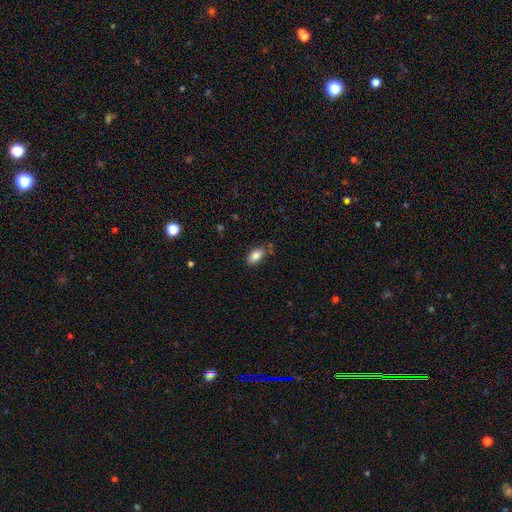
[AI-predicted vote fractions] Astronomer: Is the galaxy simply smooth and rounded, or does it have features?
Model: smooth — 84%.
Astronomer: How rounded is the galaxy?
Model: in between — 92%.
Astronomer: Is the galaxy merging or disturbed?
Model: none — 78%.